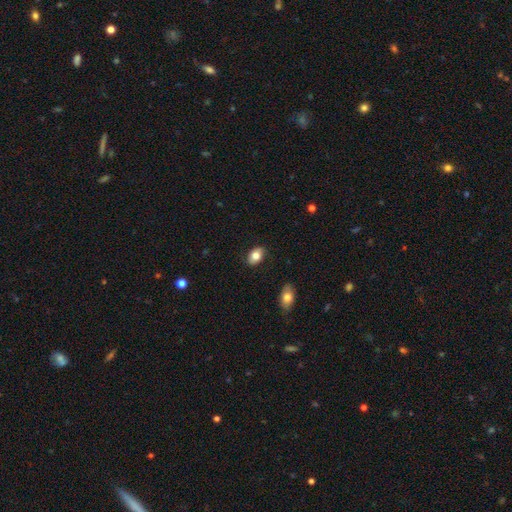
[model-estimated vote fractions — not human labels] This appears to be a smooth galaxy with no disk features (78%) that is in between round and cigar-shaped (84%). Merging: none (83%).